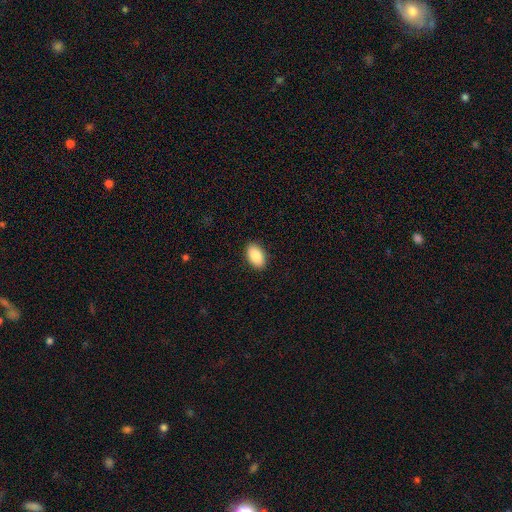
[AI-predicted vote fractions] A smooth galaxy with no disk features (88%) that is in between round and cigar-shaped (93%).

Vote fractions:
- Smooth or featured? smooth: 88% / star or artifact: 7% / featured or disk: 6%
- How rounded? in between: 93% / round: 6% / cigar-shaped: 1%
- Merging? none: 90% / minor disturbance: 7% / major disturbance: 2% / merger: 1%